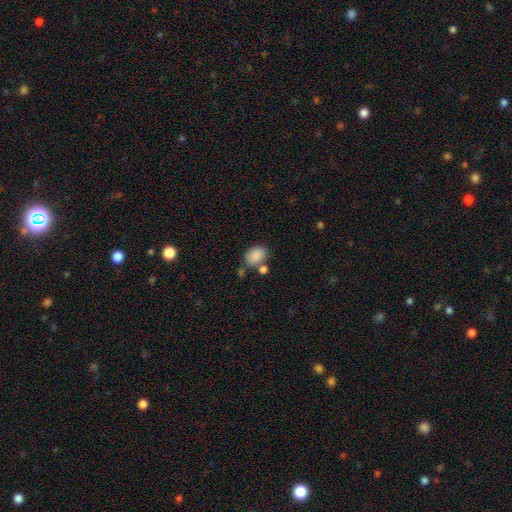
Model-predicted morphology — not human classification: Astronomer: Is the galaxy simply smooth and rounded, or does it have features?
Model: smooth — 87%.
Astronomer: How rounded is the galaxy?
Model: in between — 70%.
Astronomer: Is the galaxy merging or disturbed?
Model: none — 61%.